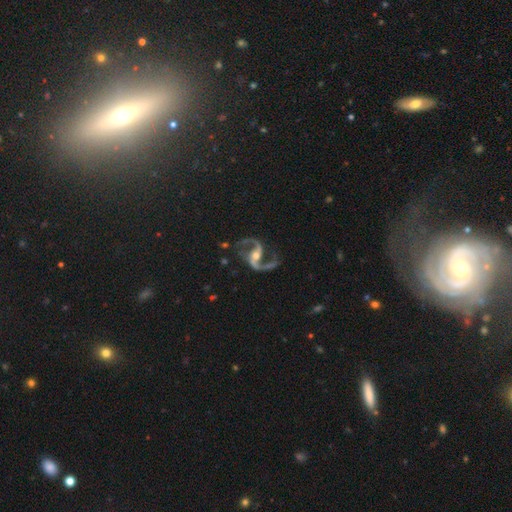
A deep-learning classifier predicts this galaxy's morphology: smooth-or-featured: featured or disk: 92% | star or artifact: 6% | smooth: 3%
  disk-edge-on: no: 98% | yes: 2%
    bar: weak: 38% | strong: 32% | no: 30%
    has-spiral-arms: yes: 98% | no: 2%
      spiral-winding: loose: 46% | medium: 45% | tight: 8%
      spiral-arm-count: 2: 94% | 1: 2% | can't tell: 1% | 3: 1% | 4: 1% | more than 4: 1%
    bulge-size: moderate: 57% | small: 36% | large: 4% | none: 2% | dominant: 1%
  merging: none: 74% | minor disturbance: 14% | major disturbance: 9% | merger: 3%